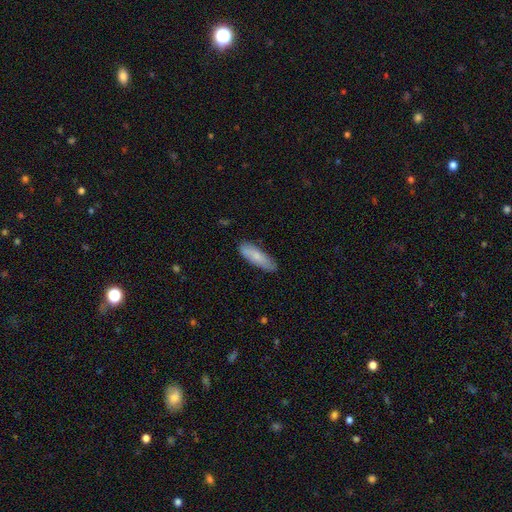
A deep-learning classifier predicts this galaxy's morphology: This is likely a smooth galaxy (76%). How rounded: possibly cigar-shaped (52%). Merging: likely none (80%).